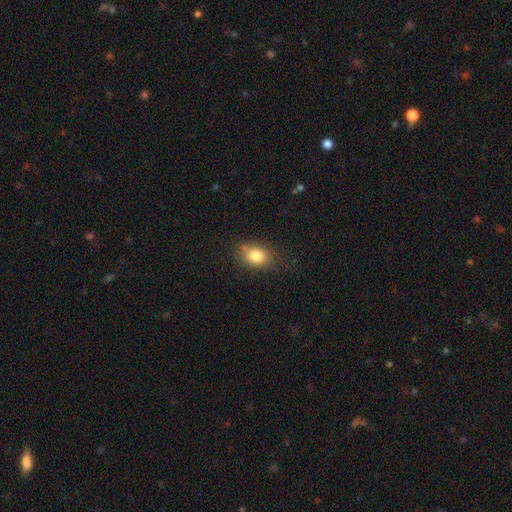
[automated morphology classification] smooth_or_featured: smooth (p=0.82) [alt: star or artifact p=0.09]
how_rounded: in between (p=0.64) [alt: round p=0.34]
merging: none (p=0.72) [alt: minor disturbance p=0.17]